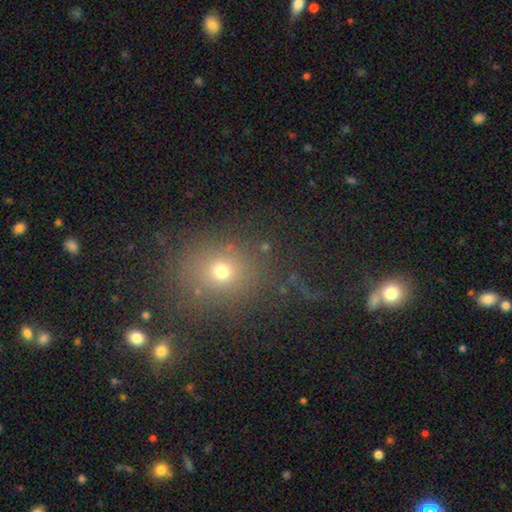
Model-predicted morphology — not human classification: Smooth or featured?
  - smooth: 56% *
  - star or artifact: 35%
  - featured or disk: 9%
How rounded?
  - round: 76% *
  - in between: 23%
  - cigar-shaped: 1%
Merging?
  - none: 81% *
  - minor disturbance: 10%
  - major disturbance: 5%
  - merger: 4%